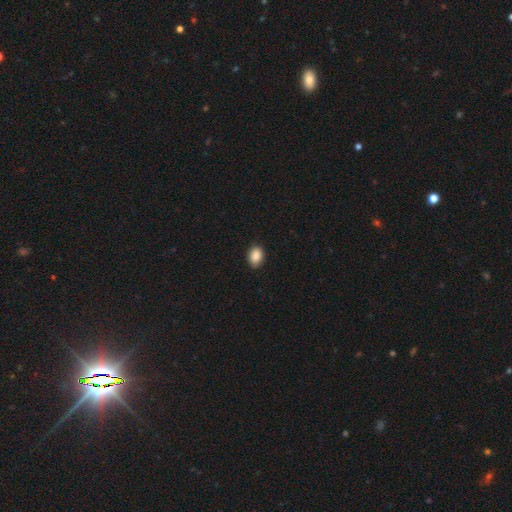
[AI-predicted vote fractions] Overall: smooth (89%). How rounded: in between (80%). Merging: none (85%).